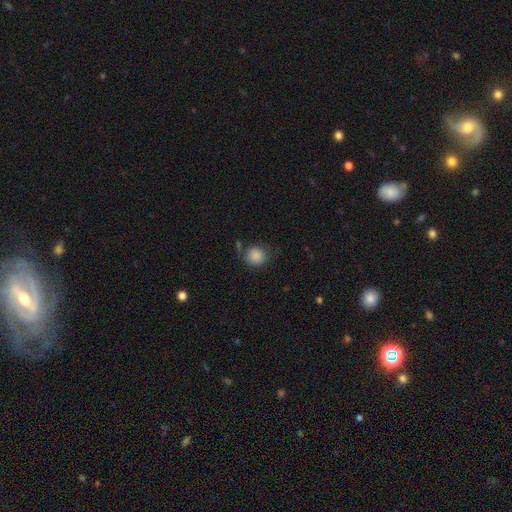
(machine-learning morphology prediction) A smooth galaxy with no disk features (86%) that is round (84%).

Vote fractions:
- Smooth or featured? smooth: 86% / star or artifact: 9% / featured or disk: 5%
- How rounded? round: 84% / in between: 15% / cigar-shaped: 1%
- Merging? none: 66% / minor disturbance: 21% / major disturbance: 7% / merger: 6%